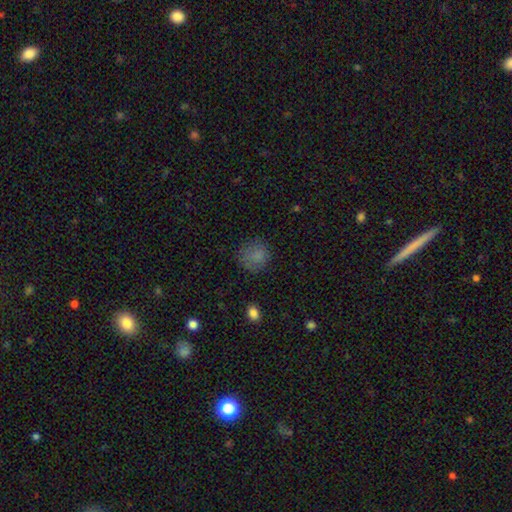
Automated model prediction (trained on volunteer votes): A smooth galaxy with no disk features (80%) that is round (84%).

Vote fractions:
- Smooth or featured? smooth: 80% / star or artifact: 12% / featured or disk: 7%
- How rounded? round: 84% / in between: 15% / cigar-shaped: 1%
- Merging? none: 75% / minor disturbance: 17% / major disturbance: 6% / merger: 1%